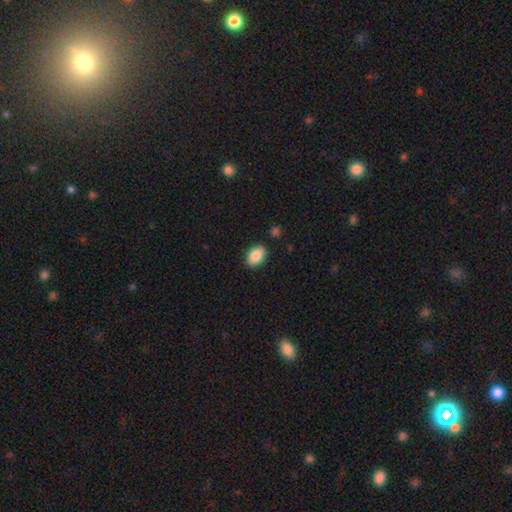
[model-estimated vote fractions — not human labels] Q: Smooth or featured?
A: smooth (87%); runner-up: star or artifact (7%)
Q: How rounded?
A: in between (87%); runner-up: round (11%)
Q: Merging?
A: none (87%); runner-up: minor disturbance (9%)